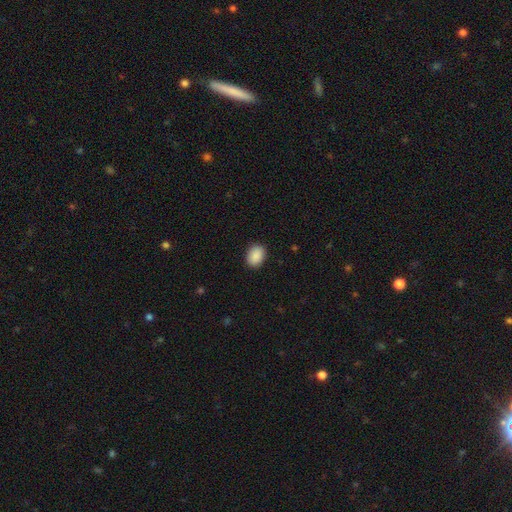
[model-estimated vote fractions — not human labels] Smooth or featured? Predicted: smooth (p=0.90). How rounded? Predicted: in between (p=0.71). Merging? Predicted: none (p=0.89).